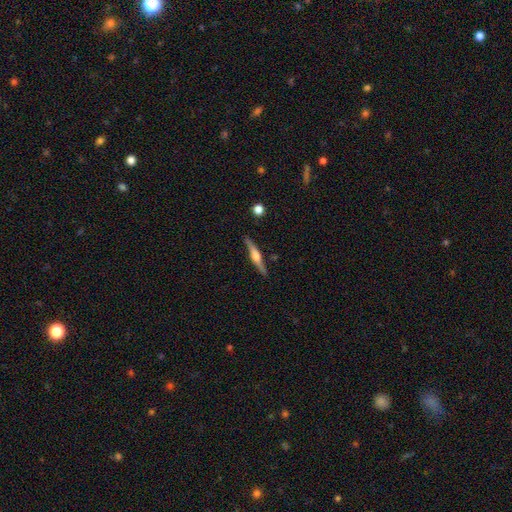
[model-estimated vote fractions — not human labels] featured or disk 72%, smooth 23%, star or artifact 5%. Down the decision tree: edge-on disk — yes (97%); edge-on bulge — rounded (88%); merging — none (85%).